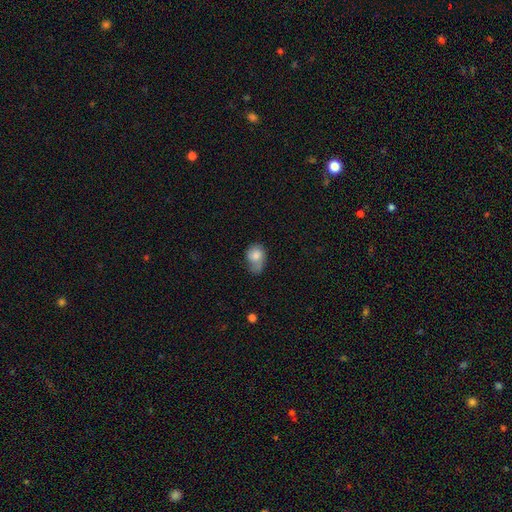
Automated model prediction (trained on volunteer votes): Smooth or featured? smooth (71%)
How rounded? in between (65%)
Merging? minor disturbance (37%)